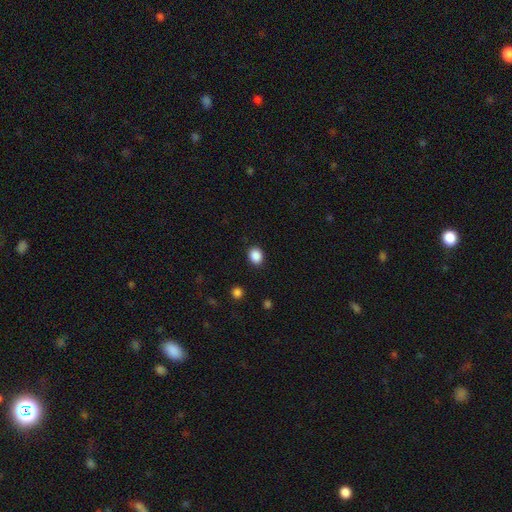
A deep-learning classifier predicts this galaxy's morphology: Smooth or featured? Predicted: smooth (p=0.88). How rounded? Predicted: round (p=0.60). Merging? Predicted: none (p=0.90).